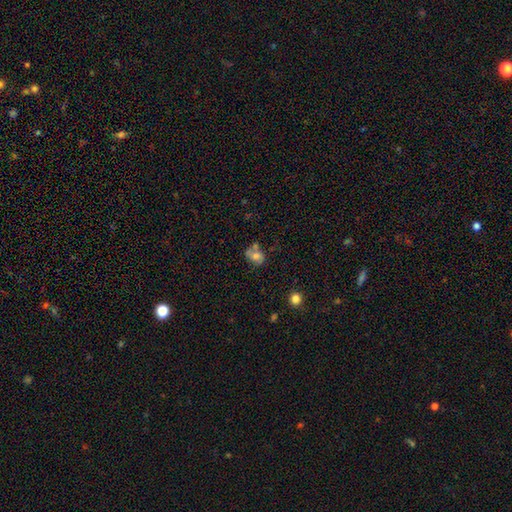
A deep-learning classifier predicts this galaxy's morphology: type=smooth (55%); roundness=in between (60%); merging=none (42%).